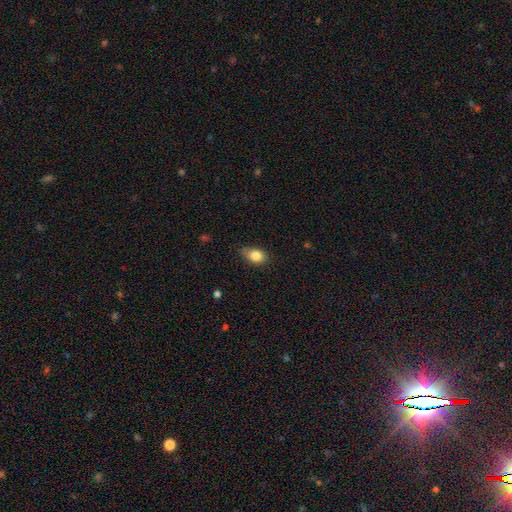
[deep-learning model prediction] Morphology: type=smooth (84%); roundness=in between (72%); merging=none (66%).